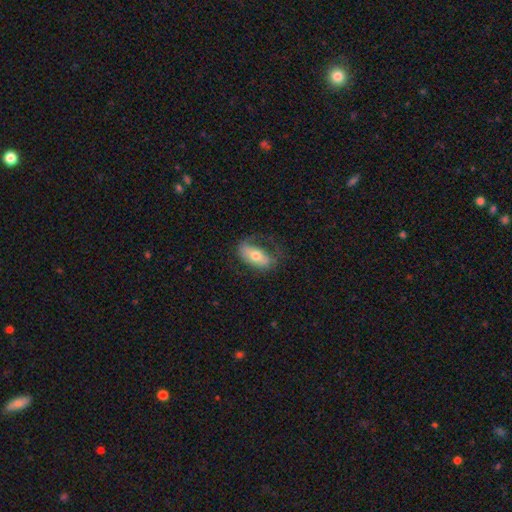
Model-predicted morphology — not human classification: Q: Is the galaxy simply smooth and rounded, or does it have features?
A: smooth — 53%.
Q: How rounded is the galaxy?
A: in between — 87%.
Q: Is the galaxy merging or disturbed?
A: none — 52%.